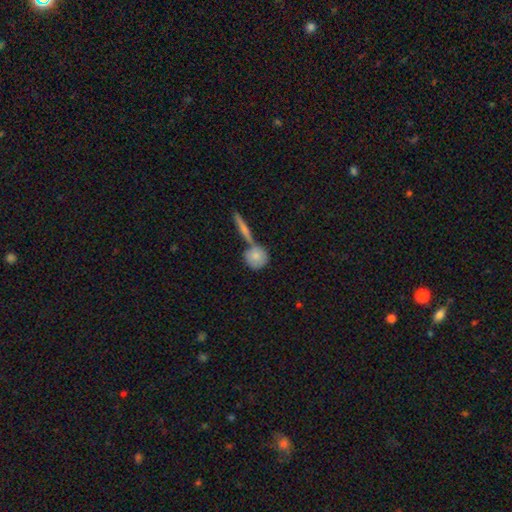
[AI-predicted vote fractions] The model was most divided on "merging": none: 60%, merger: 26%, minor disturbance: 10%, major disturbance: 4%. More confident: how rounded — round (86%); smooth or featured — smooth (77%).